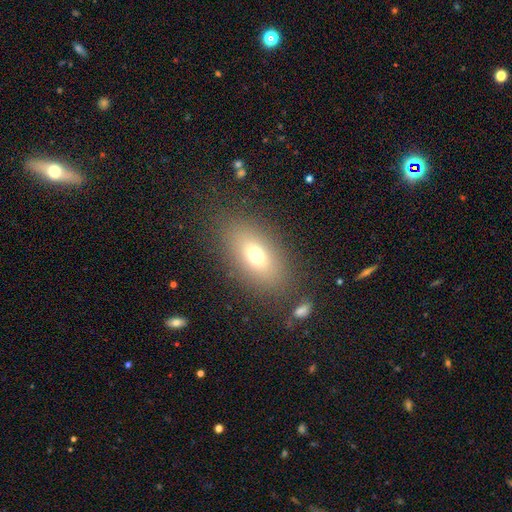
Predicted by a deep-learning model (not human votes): Smooth or featured?
  - smooth: 69% *
  - featured or disk: 18%
  - star or artifact: 13%
How rounded?
  - in between: 82% *
  - round: 13%
  - cigar-shaped: 5%
Merging?
  - none: 81% *
  - minor disturbance: 10%
  - major disturbance: 6%
  - merger: 3%